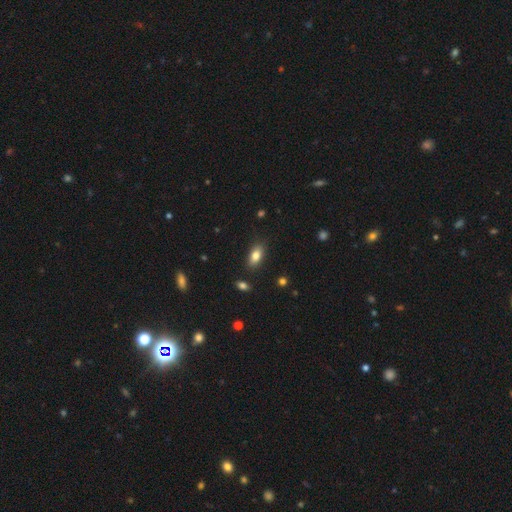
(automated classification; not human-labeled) Morphology: type=smooth (81%); roundness=in between (88%); merging=none (85%).